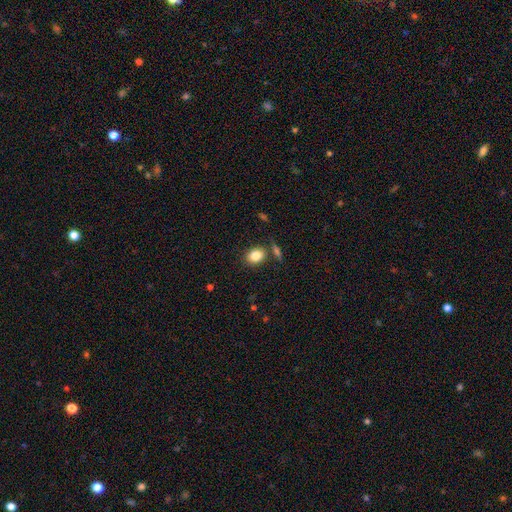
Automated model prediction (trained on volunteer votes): The model was most divided on "how rounded": in between: 58%, round: 41%, cigar-shaped: 1%. More confident: smooth or featured — smooth (82%); merging — none (77%).